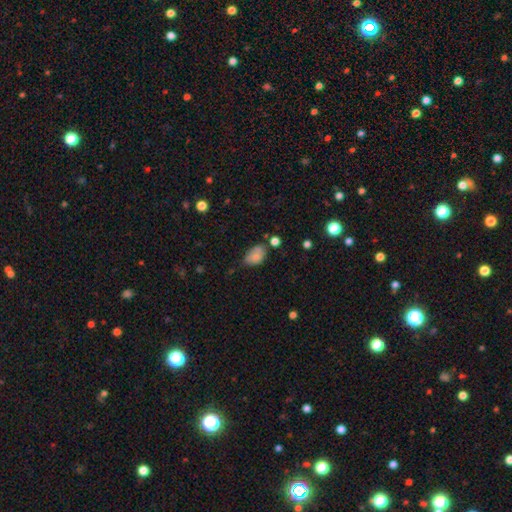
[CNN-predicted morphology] Q: Smooth or featured?
A: smooth (75%); runner-up: featured or disk (16%)
Q: How rounded?
A: in between (86%); runner-up: round (13%)
Q: Merging?
A: none (41%); runner-up: minor disturbance (38%)